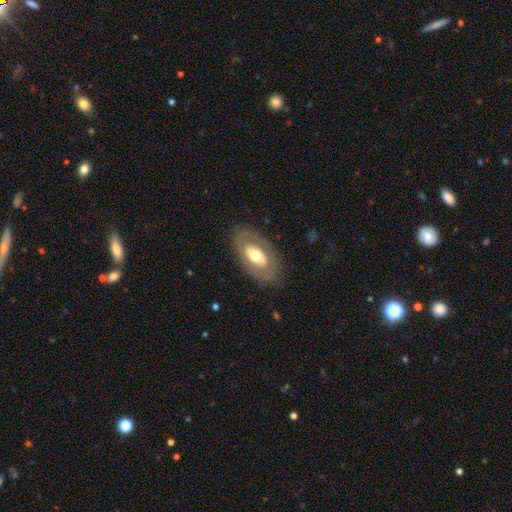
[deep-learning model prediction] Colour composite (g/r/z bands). It shows a smooth galaxy with no disk features (47%, tied with featured or disk). Merging: none (81%).